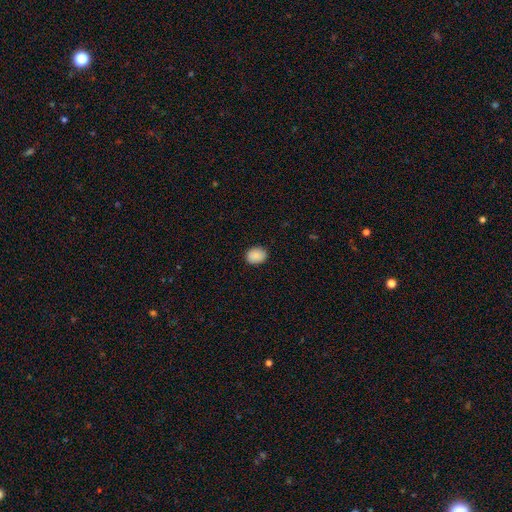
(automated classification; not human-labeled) A smooth galaxy with no disk features (89%) that is round (50%).

Vote fractions:
- Smooth or featured? smooth: 89% / star or artifact: 8% / featured or disk: 3%
- How rounded? round: 50% / in between: 49% / cigar-shaped: 1%
- Merging? none: 89% / minor disturbance: 8% / major disturbance: 2% / merger: 1%